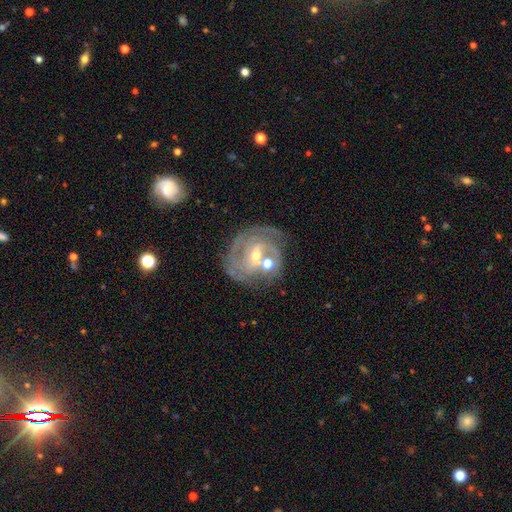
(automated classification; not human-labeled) Overall: featured or disk (85%). Edge-on disk: no (97%). Bar: weak (46%; no 33%). Spiral arms: yes (94%). Spiral arm count: 2 (35%; 3 26%). Spiral winding: tight (62%; medium 30%). Bulge size: small (51%; moderate 45%). Merging: none (56%; merger 20%).